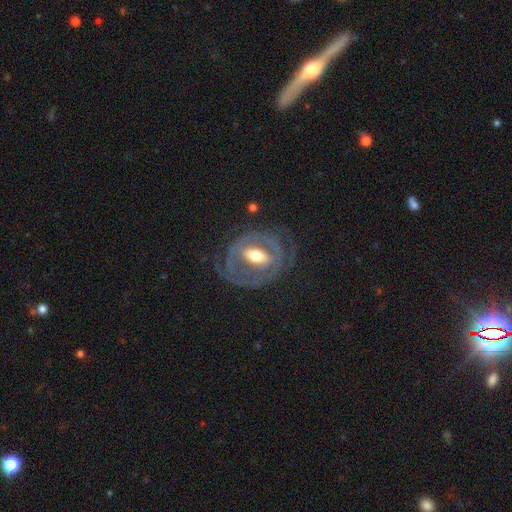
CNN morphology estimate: This is likely a featured or disk galaxy (80%). It is clearly not viewed edge-on (94%). Bar: marginally strong (42%). Spiral arm pattern: likely yes (67%). Central bulge: likely moderate (65%). Merging: likely none (64%).